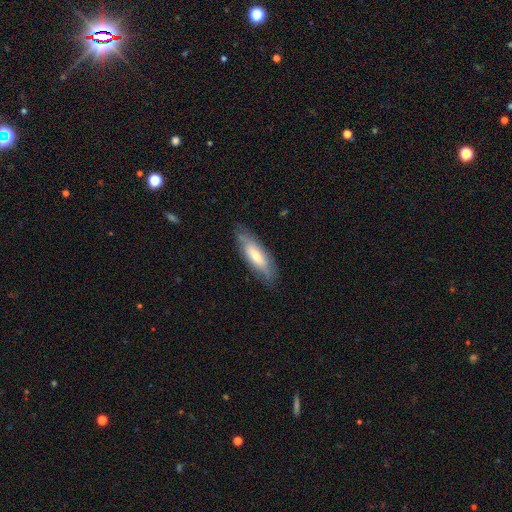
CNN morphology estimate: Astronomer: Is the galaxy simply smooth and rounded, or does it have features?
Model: smooth — 58% (runner-up: featured or disk, 36%).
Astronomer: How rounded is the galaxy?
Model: in between — 54% (runner-up: cigar-shaped, 45%).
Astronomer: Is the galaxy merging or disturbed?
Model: none — 76%.